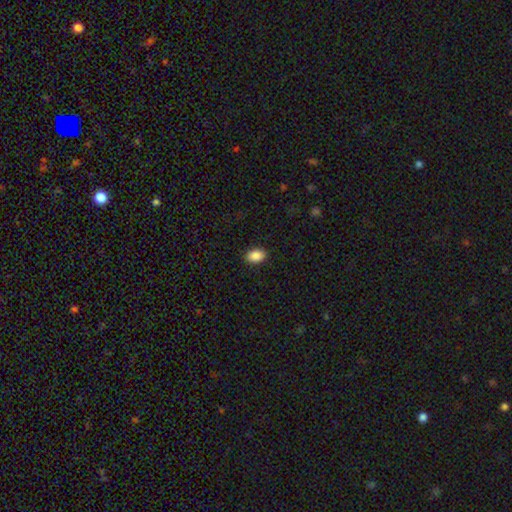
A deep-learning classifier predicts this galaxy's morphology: A smooth galaxy with no disk features (89%) that is in between round and cigar-shaped (87%). Merging: none (90%).